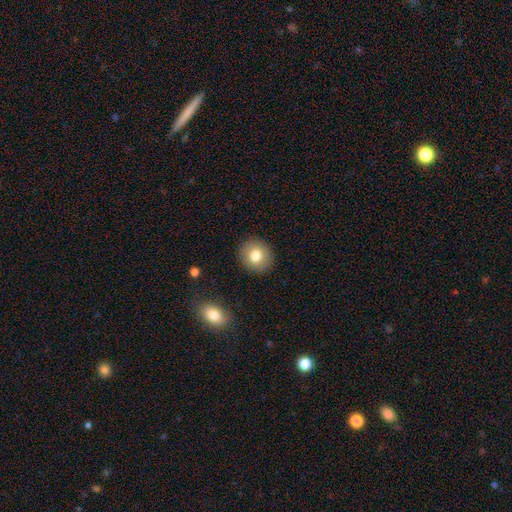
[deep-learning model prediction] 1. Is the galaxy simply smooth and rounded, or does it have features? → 78% smooth, 12% featured or disk, 10% star or artifact.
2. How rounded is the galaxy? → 81% round, 18% in between, 1% cigar-shaped.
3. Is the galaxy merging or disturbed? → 90% none, 7% minor disturbance, 2% major disturbance, 1% merger.